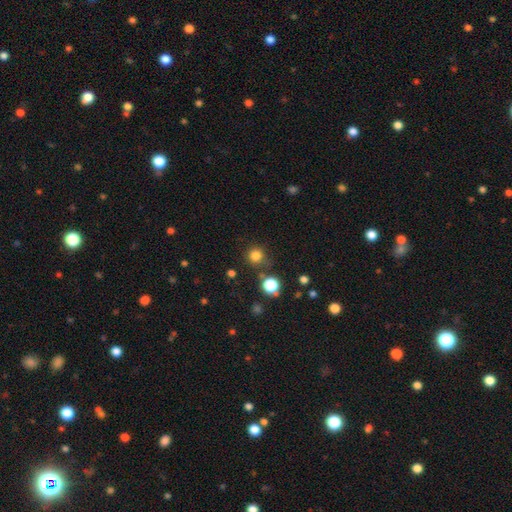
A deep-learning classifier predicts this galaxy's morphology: Smooth or featured?
  - smooth: 79% *
  - star or artifact: 16%
  - featured or disk: 5%
How rounded?
  - round: 93% *
  - in between: 6%
  - cigar-shaped: 1%
Merging?
  - none: 81% *
  - minor disturbance: 10%
  - merger: 6%
  - major disturbance: 4%